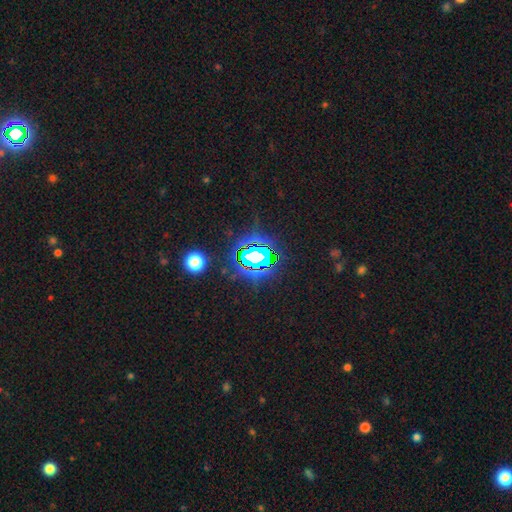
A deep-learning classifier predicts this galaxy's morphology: Smooth or featured?
  - star or artifact: 75% *
  - smooth: 15%
  - featured or disk: 11%